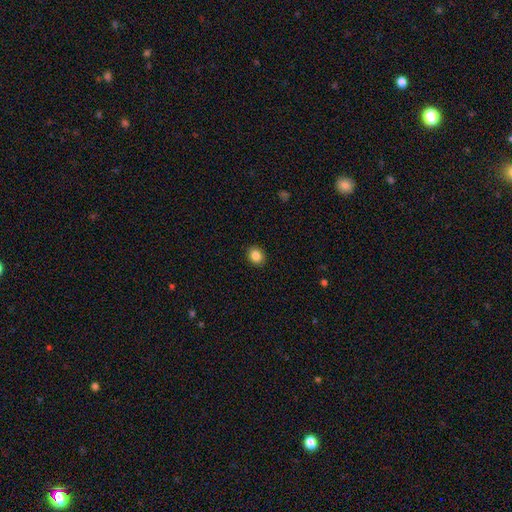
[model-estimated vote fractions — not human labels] Smooth or featured? smooth (85%)
How rounded? round (64%)
Merging? none (91%)